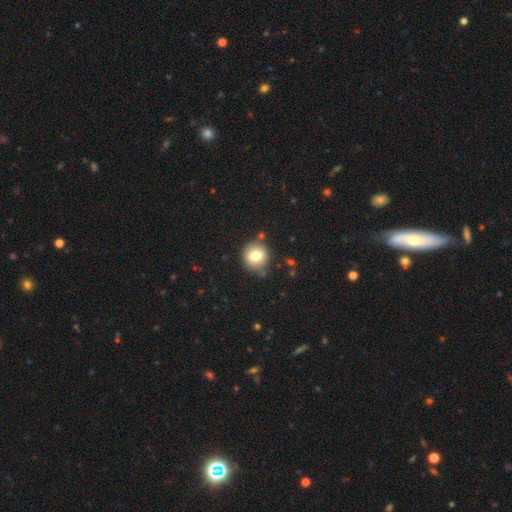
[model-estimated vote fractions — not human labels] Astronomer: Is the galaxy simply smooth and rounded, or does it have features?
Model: smooth — 78%.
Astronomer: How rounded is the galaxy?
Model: round — 90%.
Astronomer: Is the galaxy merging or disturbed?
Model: none — 82%.